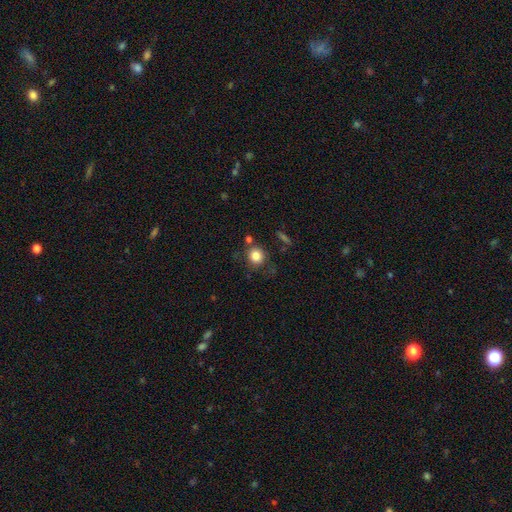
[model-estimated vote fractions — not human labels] Overall: smooth (83%). How rounded: round (86%). Merging: none (75%).